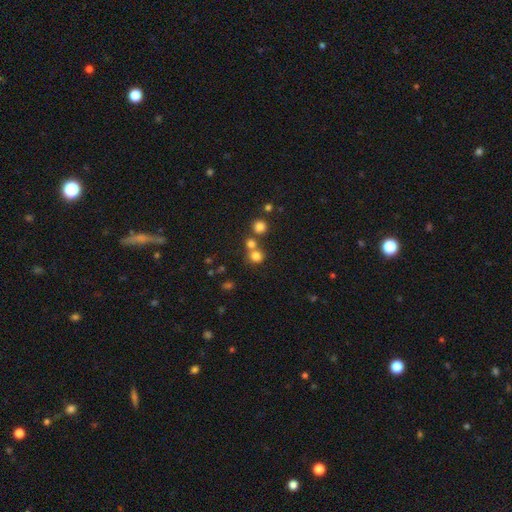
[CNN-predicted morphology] This is likely a smooth galaxy (76%). How rounded: clearly round (87%). Merging: possibly none (57%).